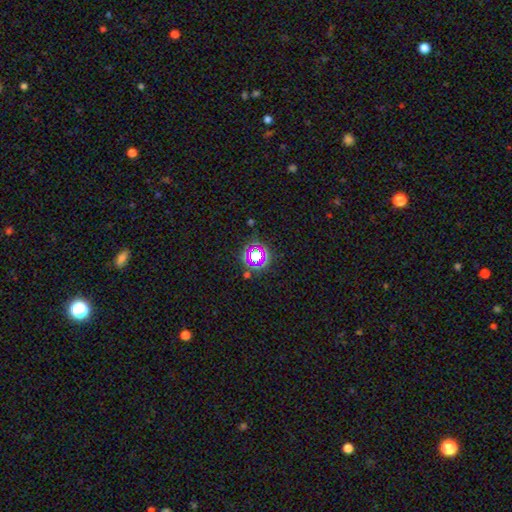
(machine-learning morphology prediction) smooth-or-featured: star or artifact: 61% | smooth: 26% | featured or disk: 12%